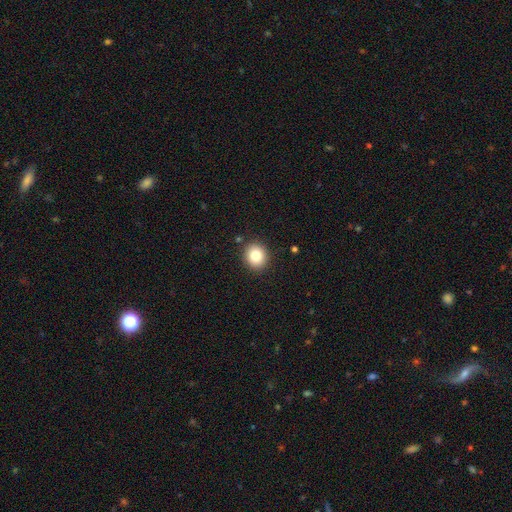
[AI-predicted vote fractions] A smooth galaxy with no disk features (82%) that is round (78%).

Vote fractions:
- Smooth or featured? smooth: 82% / star or artifact: 10% / featured or disk: 8%
- How rounded? round: 78% / in between: 21% / cigar-shaped: 1%
- Merging? none: 90% / minor disturbance: 7% / major disturbance: 2% / merger: 1%